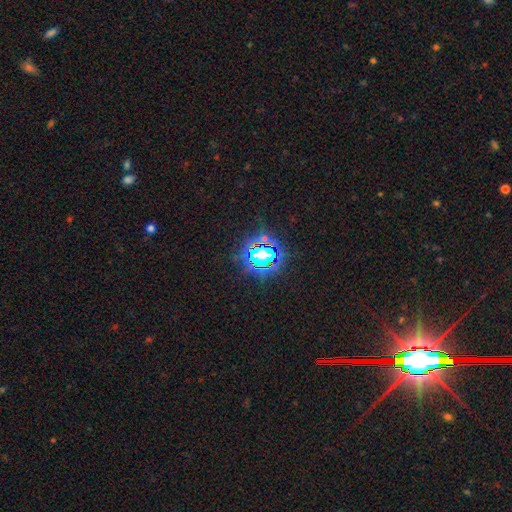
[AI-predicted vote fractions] This appears to be a star or artifact, not a galaxy (83%).